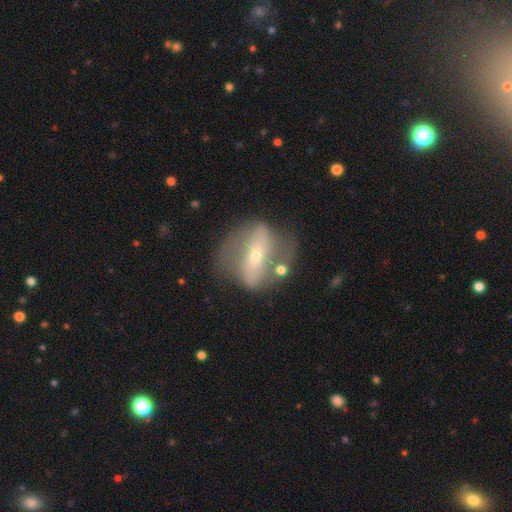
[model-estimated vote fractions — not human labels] Smooth or featured: featured or disk — 73% (smooth — 19%)
Edge-on disk: no — 86% (yes — 14%)
Bar: strong — 61% (weak — 21%)
Spiral arms: yes — 63% (no — 37%)
Bulge size: small — 57% (moderate — 38%)
Merging: none — 64% (minor disturbance — 19%)